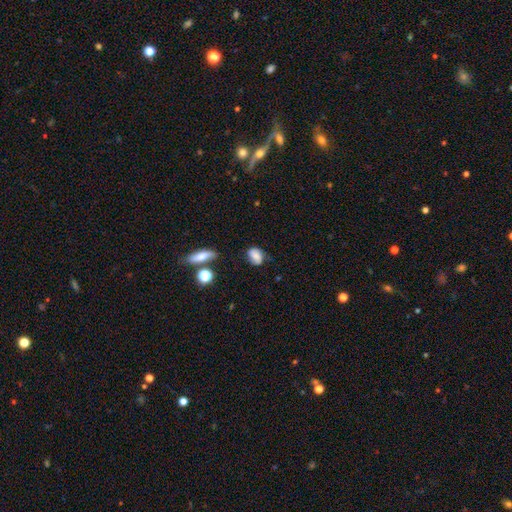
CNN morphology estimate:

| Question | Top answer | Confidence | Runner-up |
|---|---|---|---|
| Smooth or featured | smooth | 66% | featured or disk (23%) |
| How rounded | in between | 76% | round (22%) |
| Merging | none | 59% | minor disturbance (28%) |